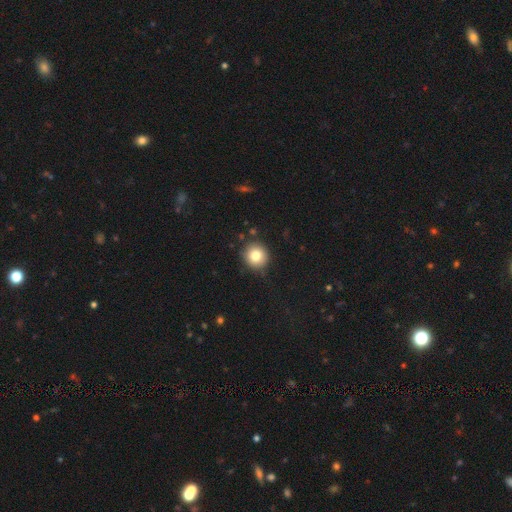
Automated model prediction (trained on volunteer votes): smooth-or-featured: smooth: 80% | star or artifact: 11% | featured or disk: 9%
  how-rounded: round: 93% | in between: 6% | cigar-shaped: 1%
  merging: none: 87% | minor disturbance: 8% | major disturbance: 2% | merger: 2%